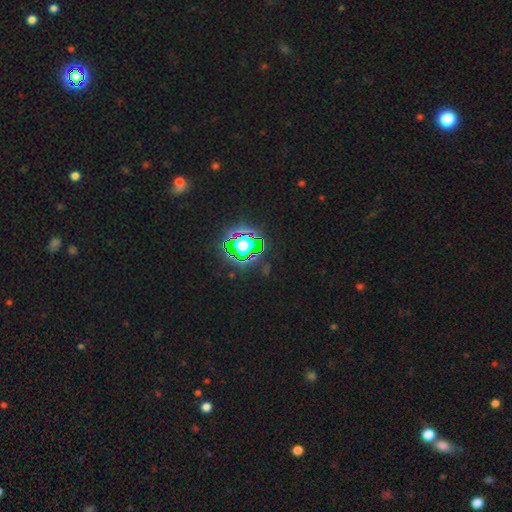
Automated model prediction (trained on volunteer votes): A star or artifact, not a galaxy (83%).

Vote fractions:
- Smooth or featured? star or artifact: 83% / smooth: 10% / featured or disk: 7%